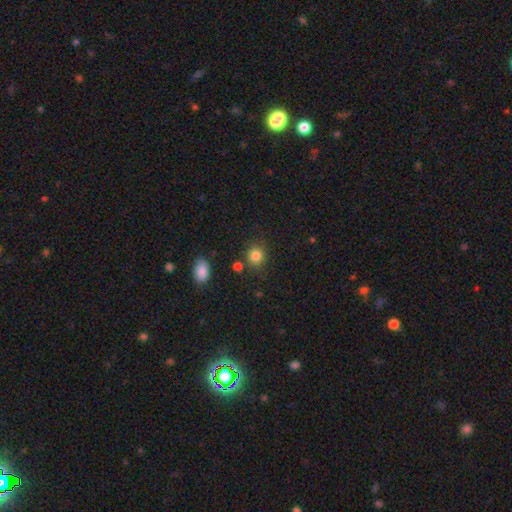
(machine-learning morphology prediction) smooth_or_featured: smooth (p=0.84) [alt: star or artifact p=0.11]
how_rounded: round (p=0.81) [alt: in between p=0.18]
merging: none (p=0.78) [alt: minor disturbance p=0.12]